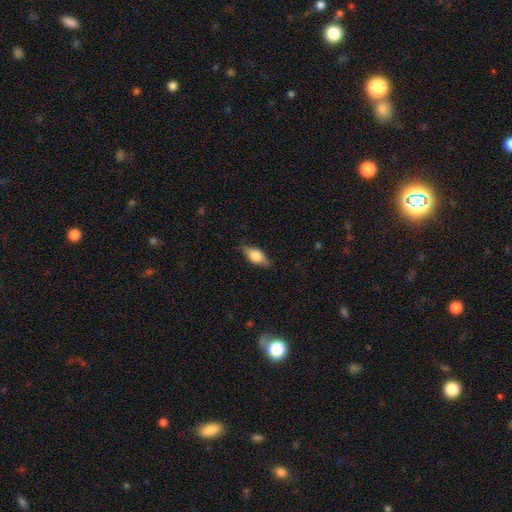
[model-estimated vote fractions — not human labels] Q: Smooth or featured?
A: smooth (62%); runner-up: featured or disk (31%)
Q: How rounded?
A: in between (80%); runner-up: cigar-shaped (15%)
Q: Merging?
A: none (80%); runner-up: minor disturbance (15%)